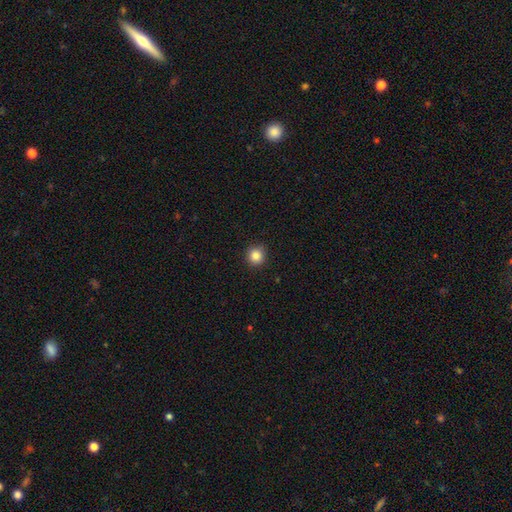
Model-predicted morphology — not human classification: smooth 85%, star or artifact 10%, featured or disk 5%. Down the decision tree: how rounded — round (93%); merging — none (92%).